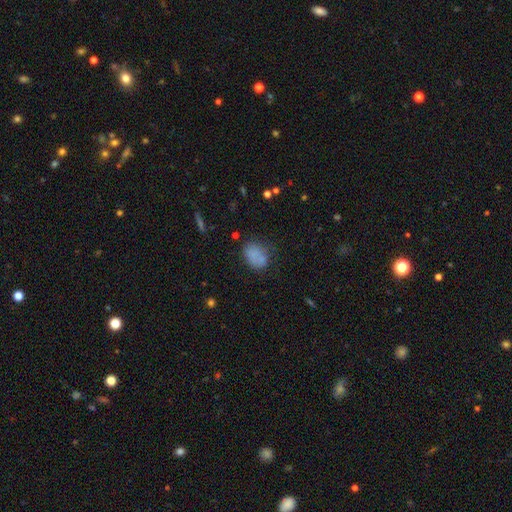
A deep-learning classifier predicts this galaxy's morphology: Smooth or featured: smooth — 76% (featured or disk — 12%)
How rounded: in between — 63% (round — 35%)
Merging: none — 61% (minor disturbance — 21%)